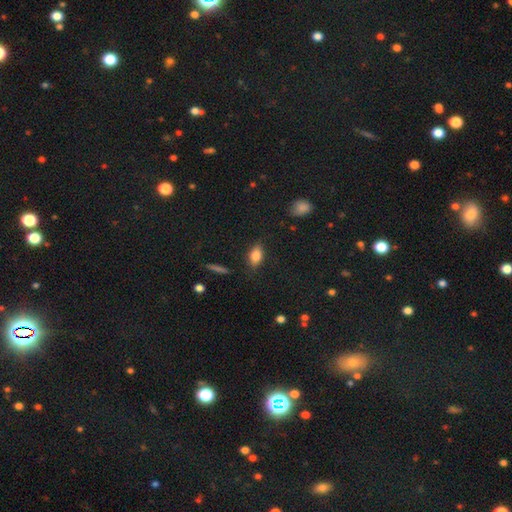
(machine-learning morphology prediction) Smooth or featured? smooth (81%)
How rounded? in between (84%)
Merging? none (80%)